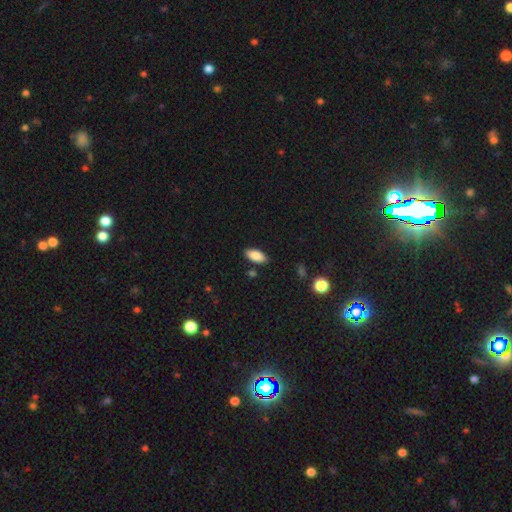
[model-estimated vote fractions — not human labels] smooth-or-featured: smooth: 85% | featured or disk: 8% | star or artifact: 7%
  how-rounded: in between: 88% | cigar-shaped: 10% | round: 2%
  merging: none: 86% | minor disturbance: 10% | merger: 2% | major disturbance: 2%